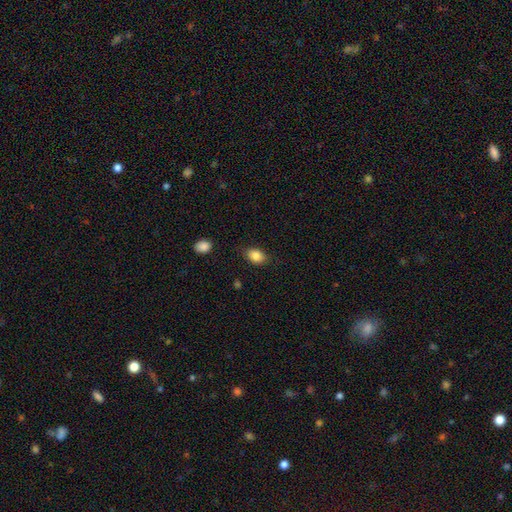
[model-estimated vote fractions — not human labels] smooth-or-featured: smooth: 85% | star or artifact: 9% | featured or disk: 6%
  how-rounded: in between: 76% | round: 22% | cigar-shaped: 1%
  merging: none: 80% | minor disturbance: 15% | major disturbance: 3% | merger: 2%